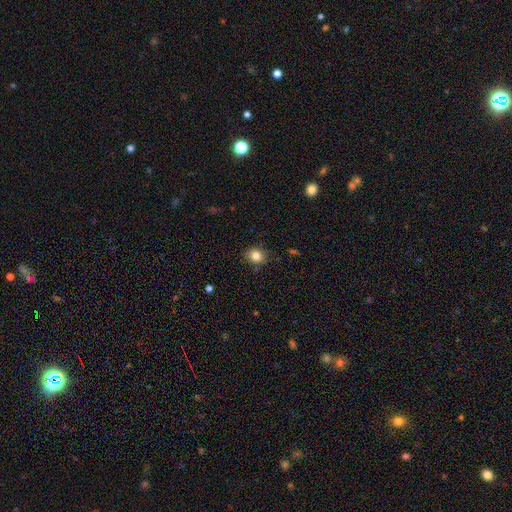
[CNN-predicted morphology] smooth-or-featured: smooth: 83% | star or artifact: 10% | featured or disk: 6%
  how-rounded: round: 64% | in between: 36% | cigar-shaped: 1%
  merging: none: 84% | minor disturbance: 12% | major disturbance: 2% | merger: 2%